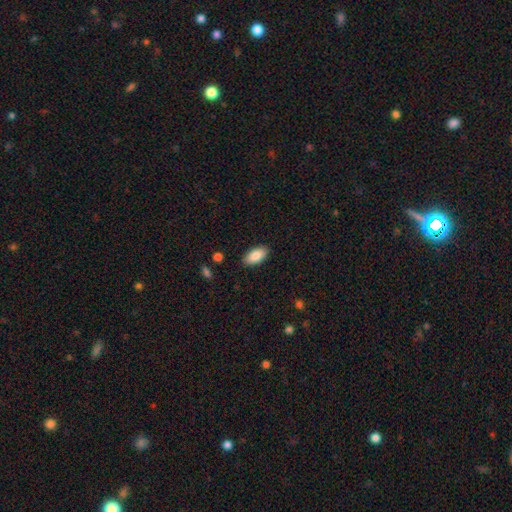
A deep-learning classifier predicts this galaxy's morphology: This appears to be a smooth galaxy with no disk features (87%) that is in between round and cigar-shaped (92%). Merging: none (88%).